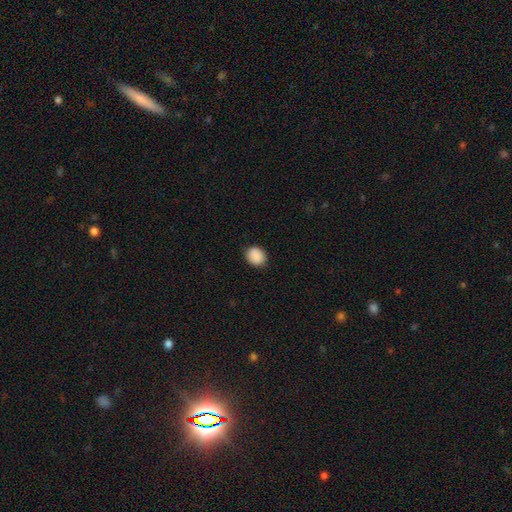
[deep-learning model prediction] smooth 90%, star or artifact 8%, featured or disk 2%. Down the decision tree: how rounded — round (69%); merging — none (89%).